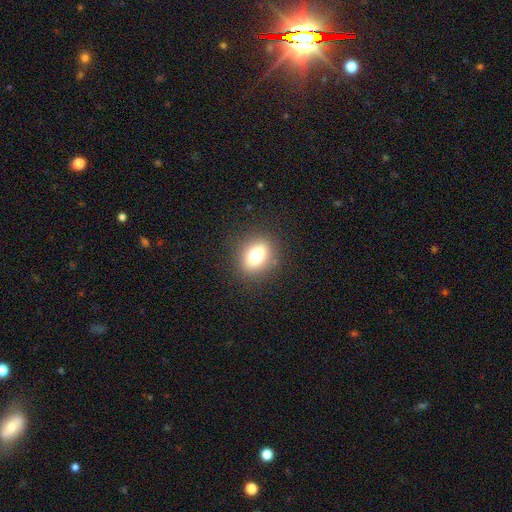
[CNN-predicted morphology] This is likely a smooth galaxy (74%). How rounded: possibly in between (57%). Merging: clearly none (87%).